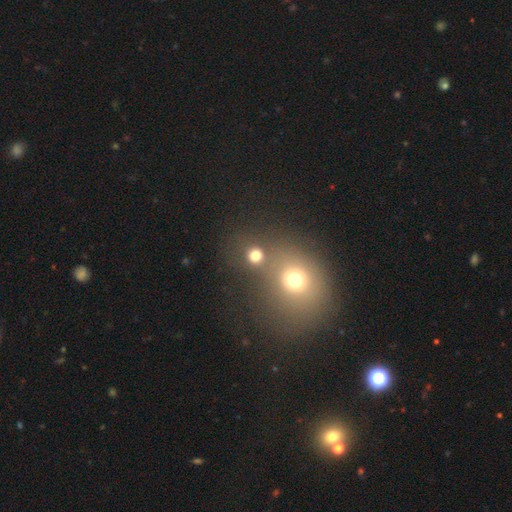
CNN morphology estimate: smooth_or_featured: smooth (p=0.74) [alt: star or artifact p=0.18]
how_rounded: round (p=0.84) [alt: in between p=0.15]
merging: none (p=0.60) [alt: merger p=0.28]